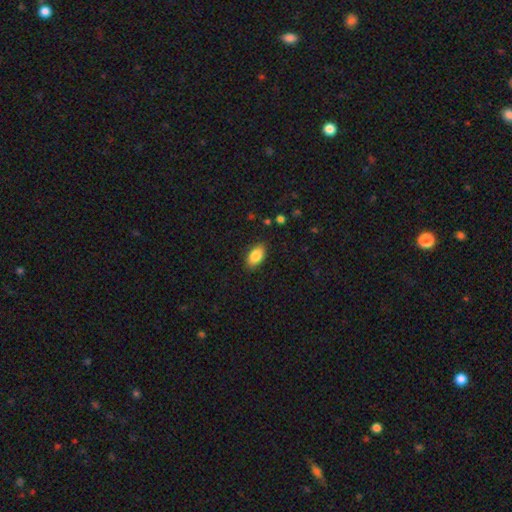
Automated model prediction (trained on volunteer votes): smooth_or_featured: smooth (p=0.86) [alt: star or artifact p=0.07]
how_rounded: in between (p=0.92) [alt: round p=0.05]
merging: none (p=0.86) [alt: minor disturbance p=0.10]